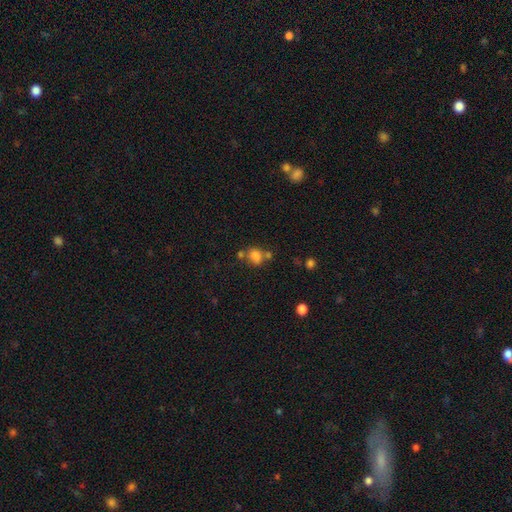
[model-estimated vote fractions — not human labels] Q: Smooth or featured?
A: smooth (77%); runner-up: star or artifact (13%)
Q: How rounded?
A: round (52%); runner-up: in between (47%)
Q: Merging?
A: none (49%); runner-up: merger (29%)